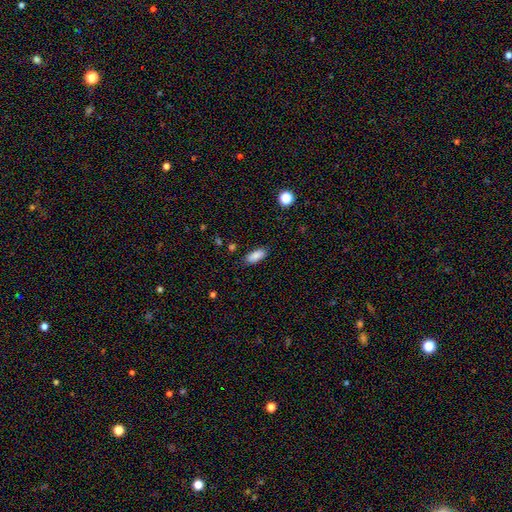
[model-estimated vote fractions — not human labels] Morphology: type=smooth (87%); roundness=in between (84%); merging=none (86%).